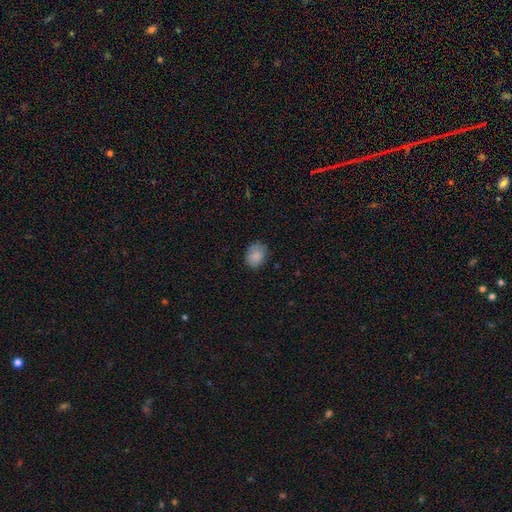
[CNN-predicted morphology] smooth-or-featured: smooth: 85% | star or artifact: 8% | featured or disk: 7%
  how-rounded: in between: 58% | round: 41% | cigar-shaped: 1%
  merging: none: 78% | minor disturbance: 18% | major disturbance: 4% | merger: 1%